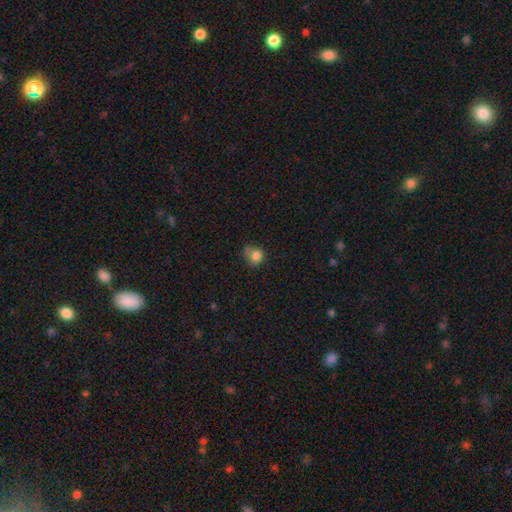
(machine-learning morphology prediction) A smooth galaxy with no disk features (82%) that is round (79%). Merging: none (50%).